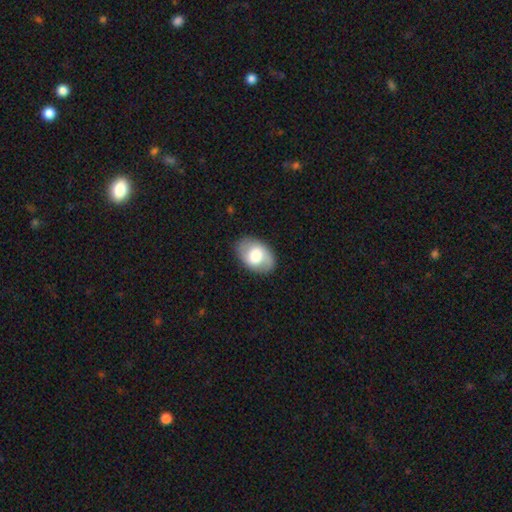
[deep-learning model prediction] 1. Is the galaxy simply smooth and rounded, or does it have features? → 59% smooth, 34% featured or disk, 6% star or artifact.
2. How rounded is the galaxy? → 87% in between, 12% round, 1% cigar-shaped.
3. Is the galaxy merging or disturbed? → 84% none, 12% minor disturbance, 3% major disturbance, 1% merger.